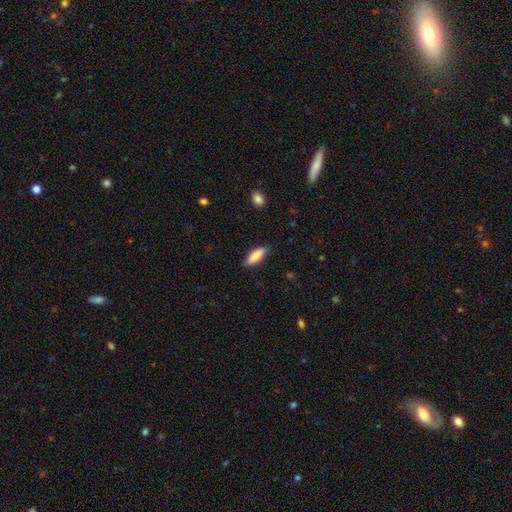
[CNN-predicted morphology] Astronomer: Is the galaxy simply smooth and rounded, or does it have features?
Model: smooth — 76%.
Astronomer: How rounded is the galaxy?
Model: in between — 53% (runner-up: cigar-shaped, 45%).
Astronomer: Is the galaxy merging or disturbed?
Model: none — 85%.